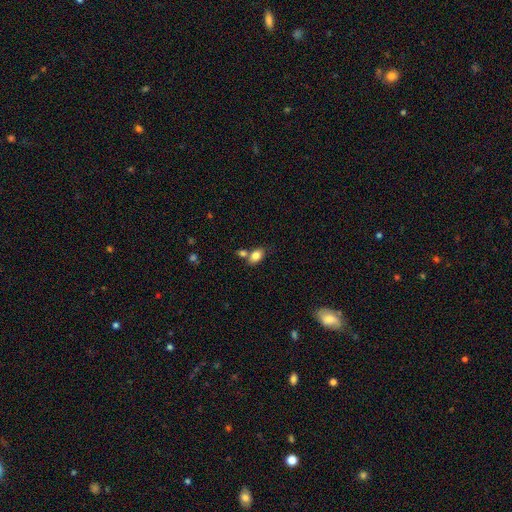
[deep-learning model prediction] A smooth galaxy with no disk features (83%) that is in between round and cigar-shaped (86%). Merging: none (55%).